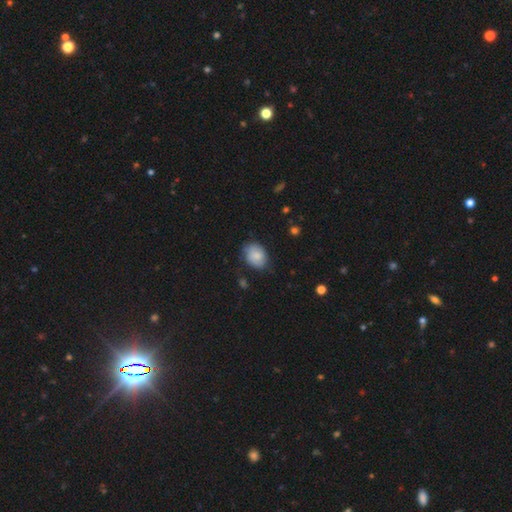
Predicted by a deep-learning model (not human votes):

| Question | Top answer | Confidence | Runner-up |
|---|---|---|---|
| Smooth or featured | smooth | 80% | featured or disk (13%) |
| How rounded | in between | 69% | round (30%) |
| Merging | none | 71% | minor disturbance (22%) |